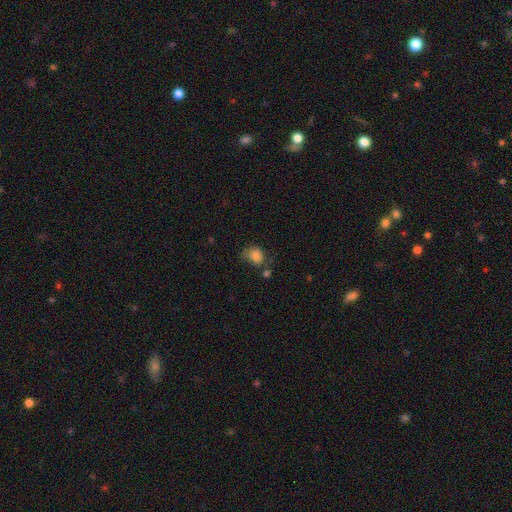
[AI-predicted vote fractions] This appears to be a smooth galaxy with no disk features (80%) that is round (56%). Merging: none (42%).